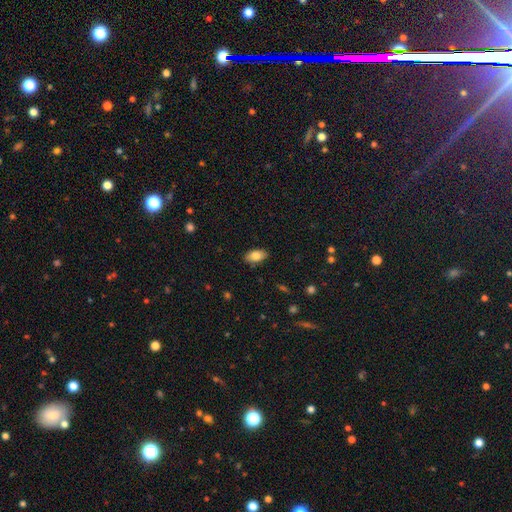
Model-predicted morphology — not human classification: Smooth or featured? smooth (82%)
How rounded? in between (92%)
Merging? none (86%)